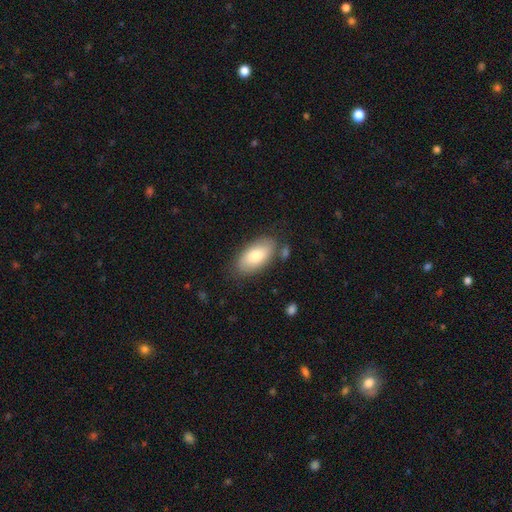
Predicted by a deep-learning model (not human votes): smooth 78%, featured or disk 16%, star or artifact 6%. Down the decision tree: how rounded — in between (93%); merging — none (77%).